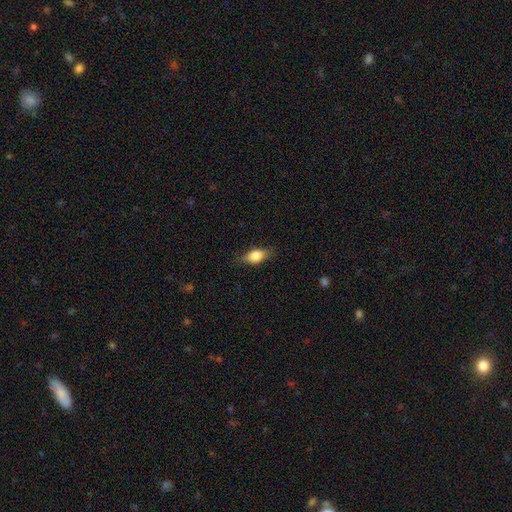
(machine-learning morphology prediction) Smooth or featured? Predicted: smooth (p=0.77). How rounded? Predicted: in between (p=0.80). Merging? Predicted: none (p=0.80).